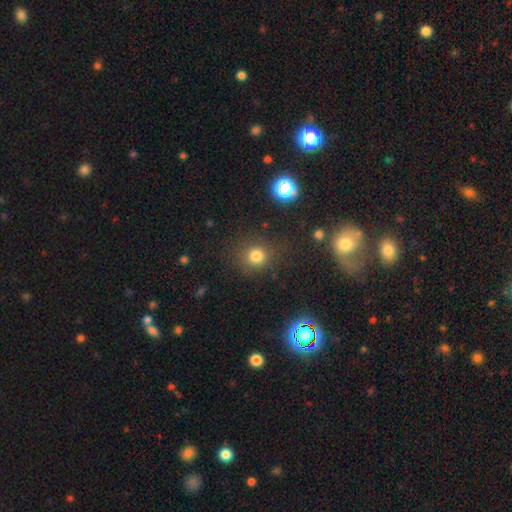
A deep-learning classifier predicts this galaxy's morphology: Smooth or featured? smooth (78%)
How rounded? round (88%)
Merging? none (82%)